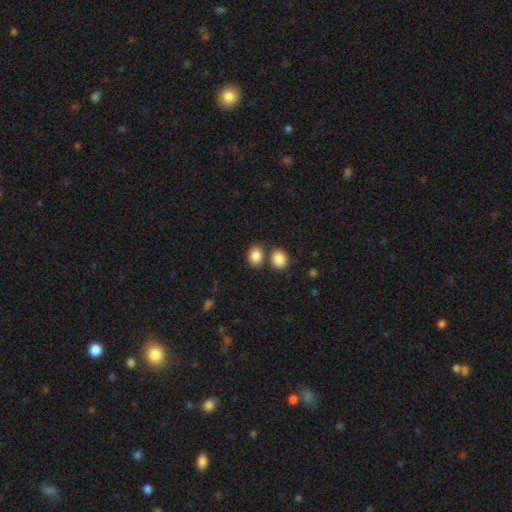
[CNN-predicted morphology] A smooth galaxy with no disk features (87%) that is in between round and cigar-shaped (64%). Merging: none (61%).